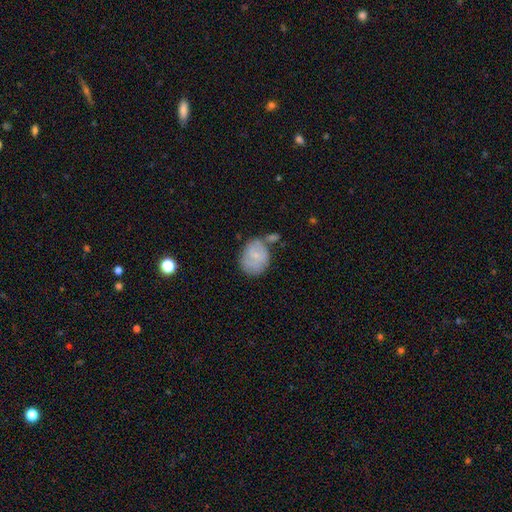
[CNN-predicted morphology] Q: Smooth or featured?
A: smooth (62%); runner-up: featured or disk (30%)
Q: How rounded?
A: in between (56%); runner-up: round (43%)
Q: Merging?
A: none (41%); runner-up: minor disturbance (25%)